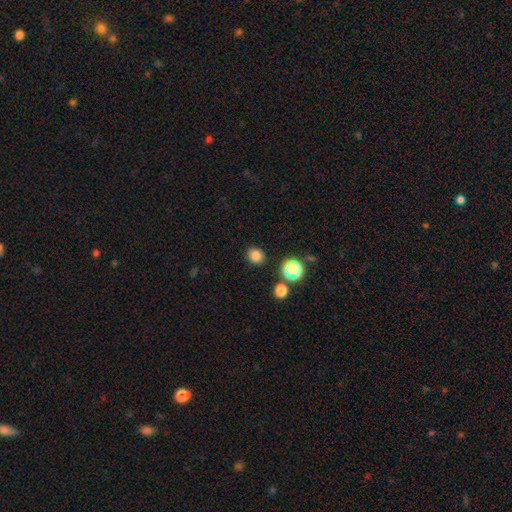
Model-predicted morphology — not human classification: Smooth or featured? Predicted: smooth (p=0.81). How rounded? Predicted: round (p=0.82). Merging? Predicted: none (p=0.88).